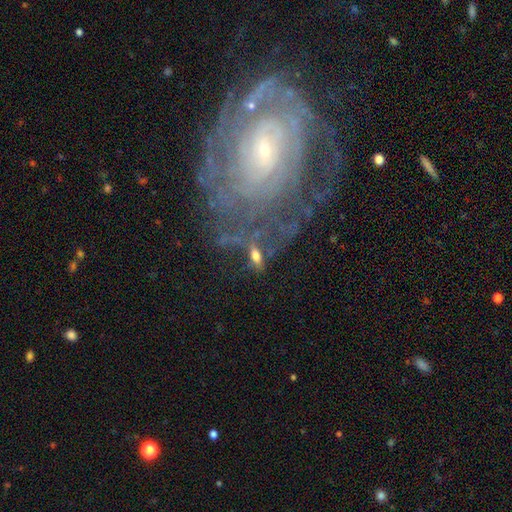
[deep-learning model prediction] Smooth or featured: featured or disk — 43% (smooth — 40%)
Merging: none — 50% (minor disturbance — 20%)